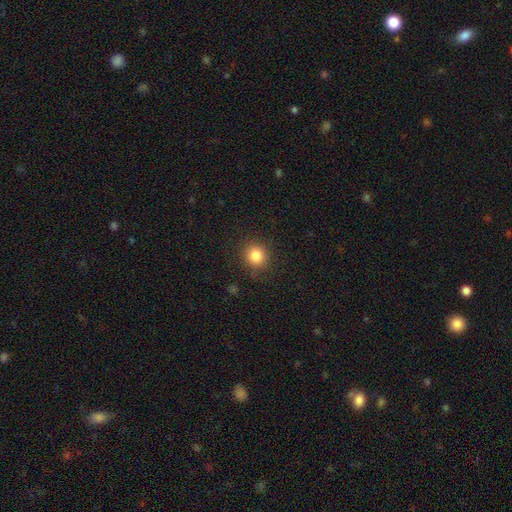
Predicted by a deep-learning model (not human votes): Smooth or featured: smooth — 84% (star or artifact — 11%)
How rounded: round — 90% (in between — 9%)
Merging: none — 89% (minor disturbance — 7%)